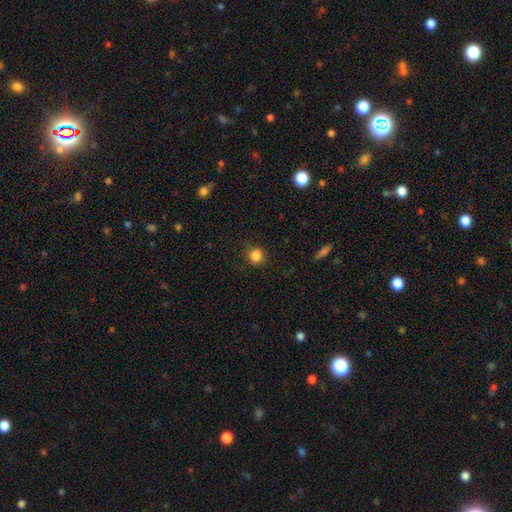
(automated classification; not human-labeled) A smooth galaxy with no disk features (85%) that is round (89%). Merging: none (87%).